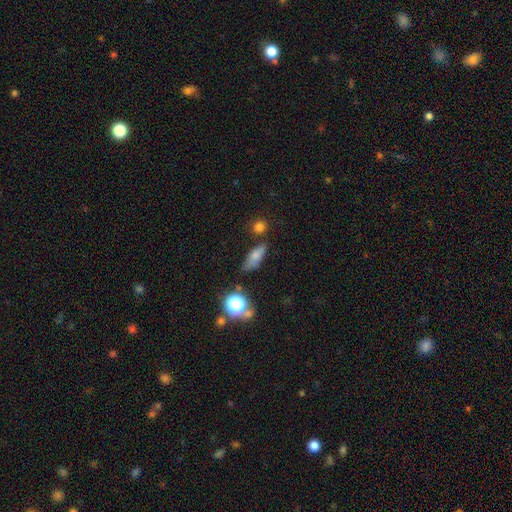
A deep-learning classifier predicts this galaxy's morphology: type=smooth (70%); roundness=in between (57%); merging=none (61%).